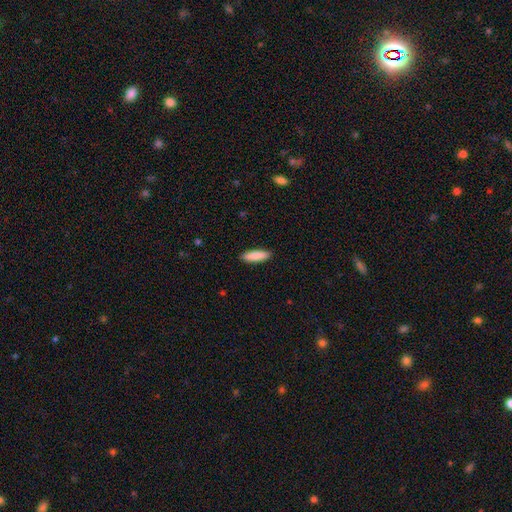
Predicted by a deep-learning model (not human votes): A smooth galaxy with no disk features (88%) that is cigar-shaped (59%). Merging: none (91%).